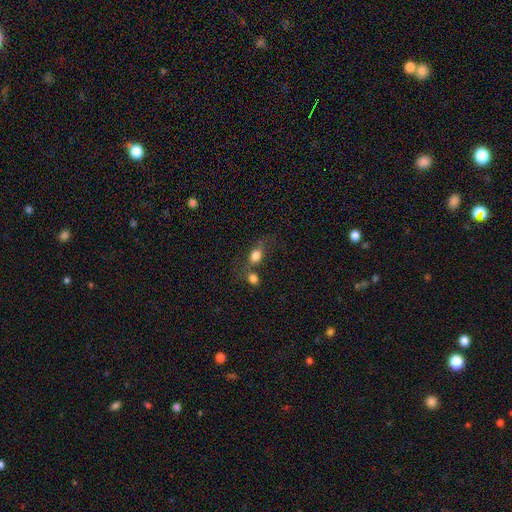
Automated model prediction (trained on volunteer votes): smooth-or-featured: smooth: 79% | featured or disk: 11% | star or artifact: 10%
  how-rounded: in between: 73% | round: 23% | cigar-shaped: 4%
  merging: none: 46% | merger: 32% | minor disturbance: 14% | major disturbance: 7%